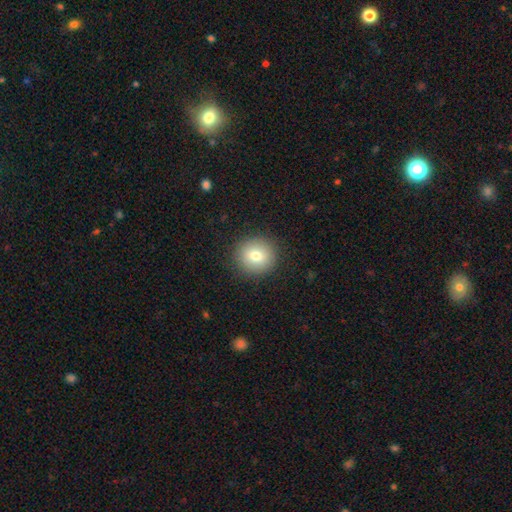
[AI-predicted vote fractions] Smooth or featured?
  - smooth: 78% *
  - featured or disk: 12%
  - star or artifact: 10%
How rounded?
  - round: 91% *
  - in between: 8%
  - cigar-shaped: 1%
Merging?
  - none: 91% *
  - minor disturbance: 6%
  - major disturbance: 2%
  - merger: 1%